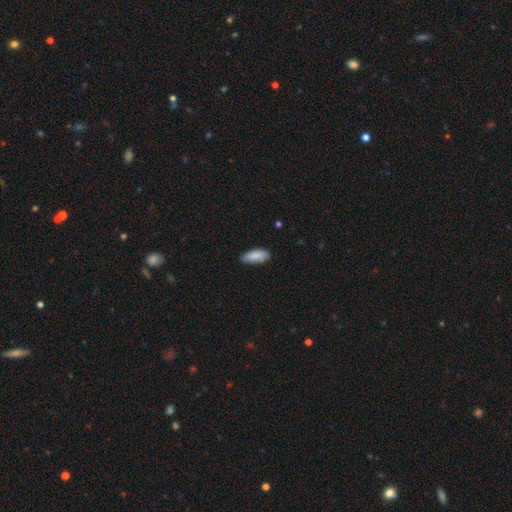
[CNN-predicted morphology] Smooth or featured? smooth (87%)
How rounded? in between (76%)
Merging? none (79%)